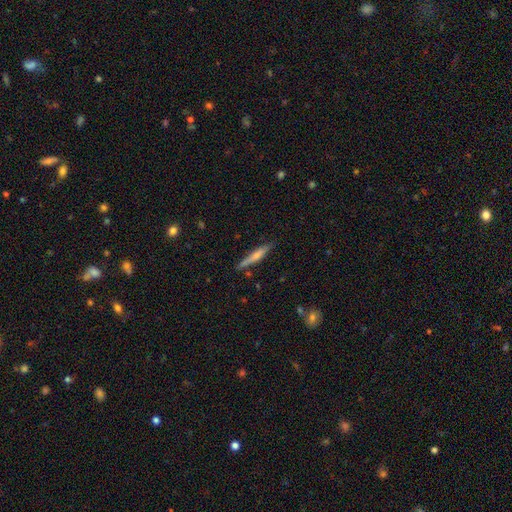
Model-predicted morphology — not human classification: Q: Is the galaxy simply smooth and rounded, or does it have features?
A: smooth — 54%.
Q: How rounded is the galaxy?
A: cigar-shaped — 91%.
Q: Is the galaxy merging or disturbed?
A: none — 83%.